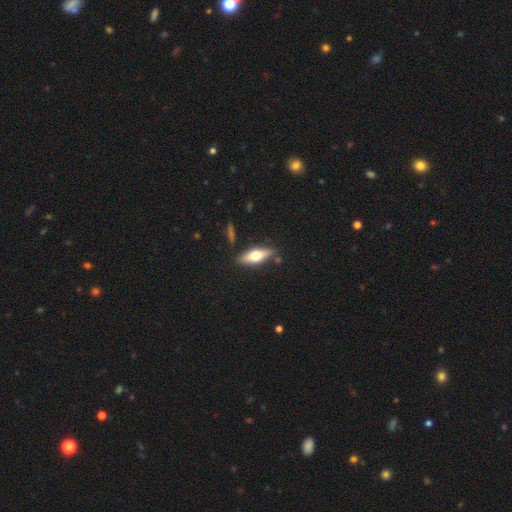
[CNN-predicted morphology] A smooth galaxy with no disk features (53%) that is in between round and cigar-shaped (58%).

Vote fractions:
- Smooth or featured? smooth: 53% / featured or disk: 40% / star or artifact: 6%
- How rounded? in between: 58% / cigar-shaped: 39% / round: 3%
- Merging? none: 83% / minor disturbance: 11% / merger: 3% / major disturbance: 3%